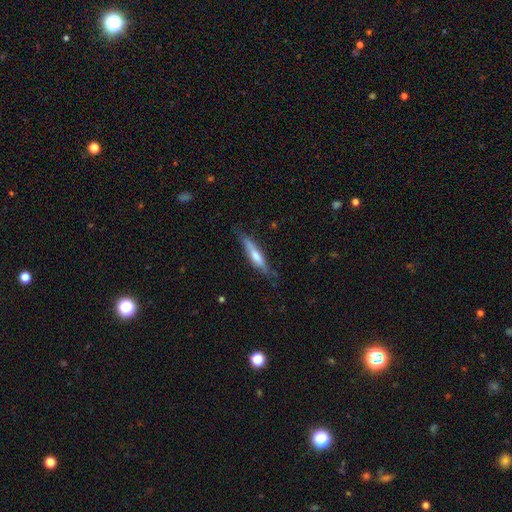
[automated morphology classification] Overall: featured or disk (53%; smooth 41%). Edge-on disk: yes (90%). Merging: none (74%).